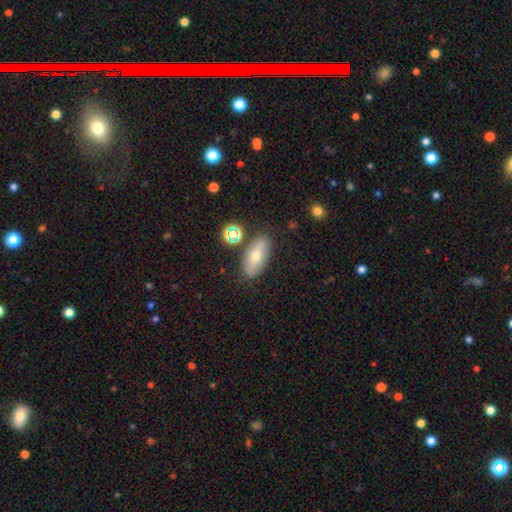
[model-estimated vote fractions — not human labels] Smooth or featured?
  - smooth: 58% *
  - featured or disk: 32%
  - star or artifact: 10%
How rounded?
  - in between: 75% *
  - cigar-shaped: 20%
  - round: 6%
Merging?
  - none: 80% *
  - minor disturbance: 13%
  - merger: 4%
  - major disturbance: 3%